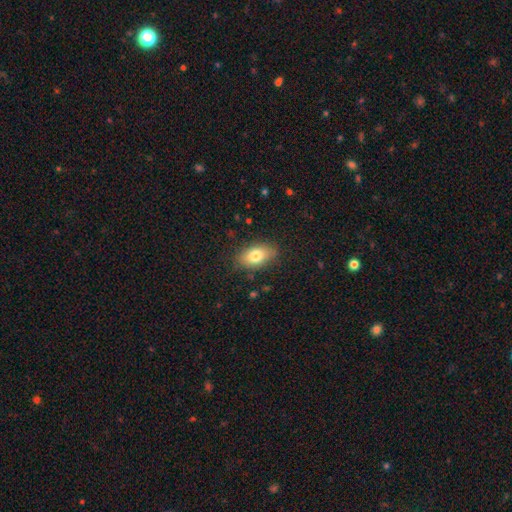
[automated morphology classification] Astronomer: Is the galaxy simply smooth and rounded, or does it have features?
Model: smooth — 79%.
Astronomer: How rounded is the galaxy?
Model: in between — 89%.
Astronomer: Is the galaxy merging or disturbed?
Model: none — 82%.